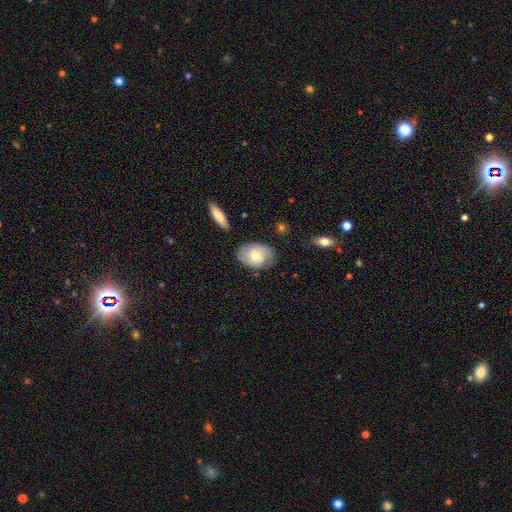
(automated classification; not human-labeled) This is possibly a smooth galaxy (49%). Merging: likely none (73%).